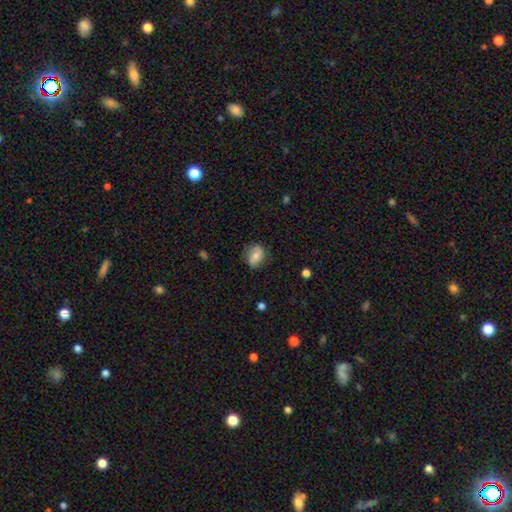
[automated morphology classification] This is likely a smooth galaxy (67%). How rounded: likely in between (65%). Merging: likely none (72%).